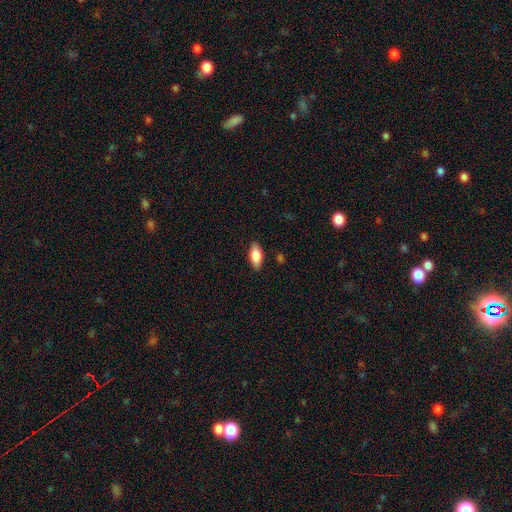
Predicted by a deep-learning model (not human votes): Morphology: type=smooth (82%); roundness=in between (86%); merging=none (87%).